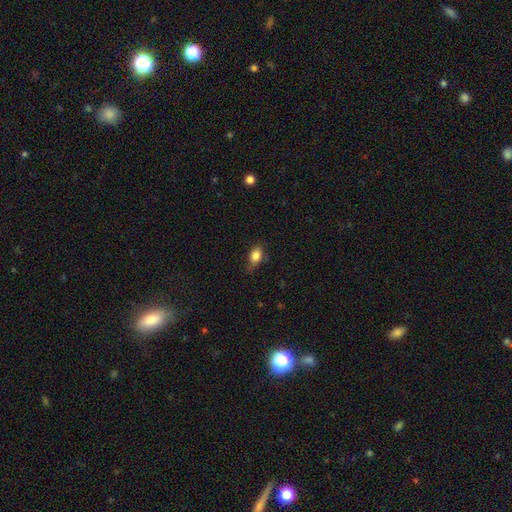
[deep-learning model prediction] Q: Smooth or featured?
A: smooth (83%); runner-up: star or artifact (9%)
Q: How rounded?
A: in between (78%); runner-up: round (19%)
Q: Merging?
A: none (64%); runner-up: minor disturbance (28%)